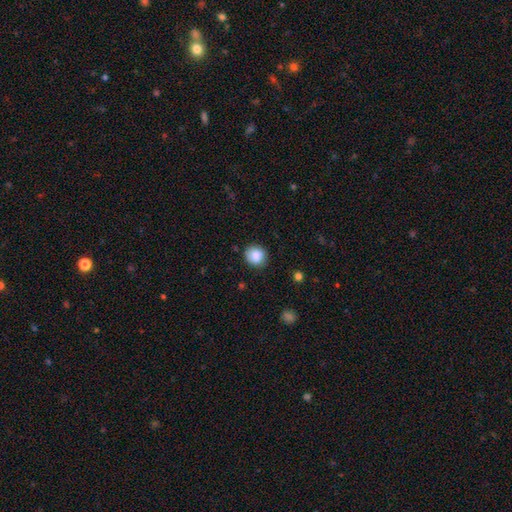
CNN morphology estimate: This is clearly a smooth galaxy (84%). How rounded: clearly round (82%). Merging: clearly none (83%).